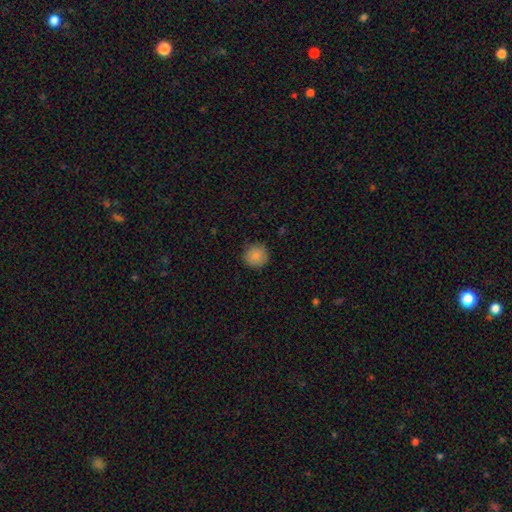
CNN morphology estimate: Smooth or featured? smooth (87%)
How rounded? round (93%)
Merging? none (86%)